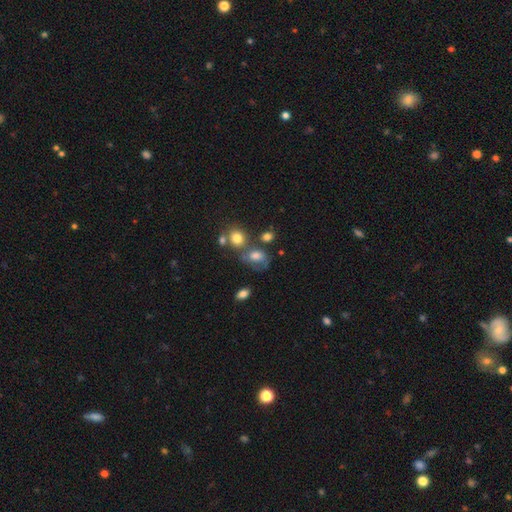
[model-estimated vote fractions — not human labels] smooth 67%, featured or disk 19%, star or artifact 14%. Down the decision tree: how rounded — in between (65%); merging — none (39%).